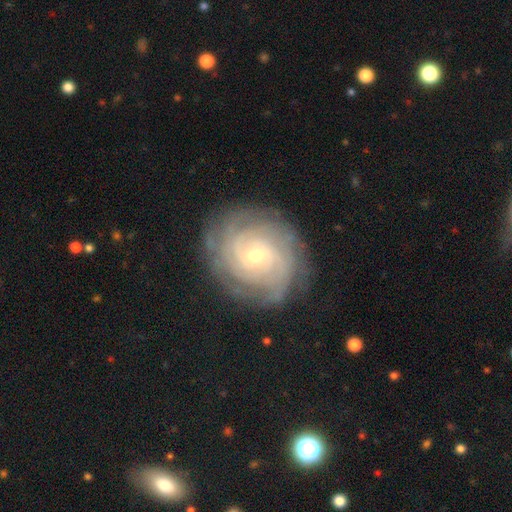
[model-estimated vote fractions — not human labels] A featured or disk galaxy (86%) with no bar (54%), tight (80%) spiral arms (96%) and a small central bulge (60%).

Vote fractions:
- Smooth or featured? featured or disk: 86% / smooth: 8% / star or artifact: 6%
- Edge-on disk? no: 97% / yes: 3%
- Bar? no: 54% / weak: 37% / strong: 9%
- Spiral arms? yes: 96% / no: 4%
- Spiral winding? tight: 80% / medium: 17% / loose: 3%
- Spiral arm count? can't tell: 35% / 4: 18% / 3: 15% / 2: 14% / more than 4: 10% / 1: 7%
- Bulge size? small: 60% / moderate: 37% / large: 2% / none: 1% / dominant: 1%
- Merging? none: 83% / minor disturbance: 12% / major disturbance: 4% / merger: 1%